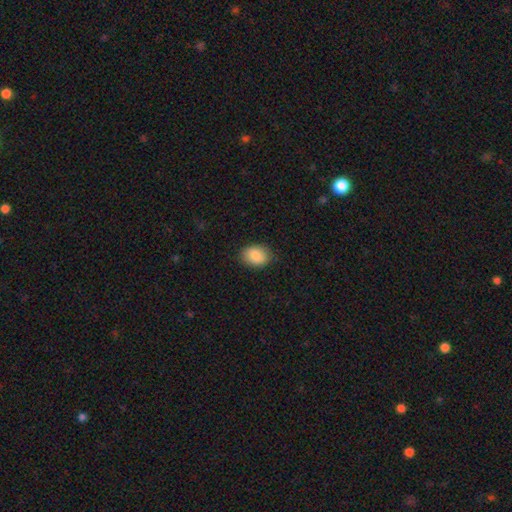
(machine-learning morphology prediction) Smooth or featured: smooth — 88% (star or artifact — 7%)
How rounded: in between — 71% (round — 28%)
Merging: none — 83% (minor disturbance — 13%)